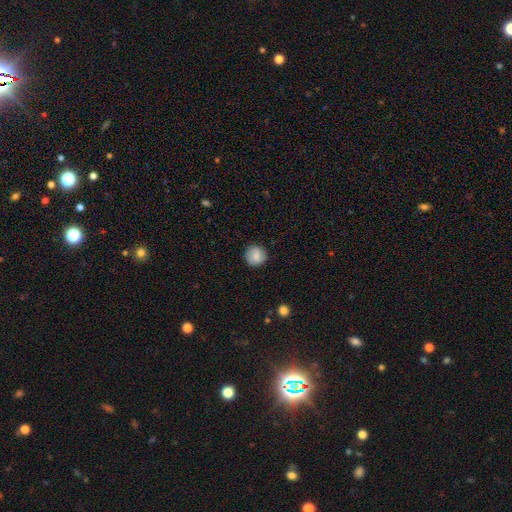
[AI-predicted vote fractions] Smooth or featured? Predicted: smooth (p=0.79). How rounded? Predicted: round (p=0.92). Merging? Predicted: none (p=0.87).